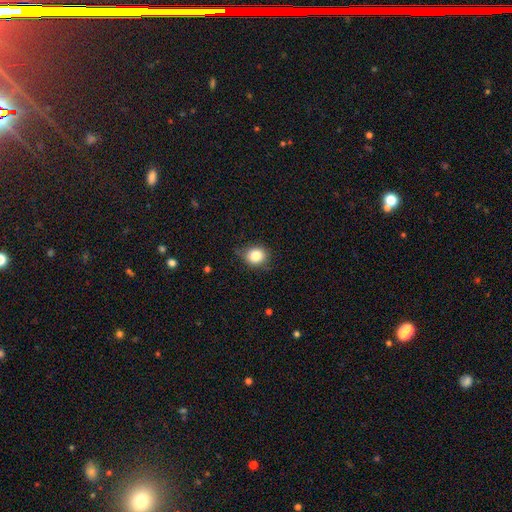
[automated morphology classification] Smooth or featured? smooth (83%)
How rounded? round (75%)
Merging? none (74%)